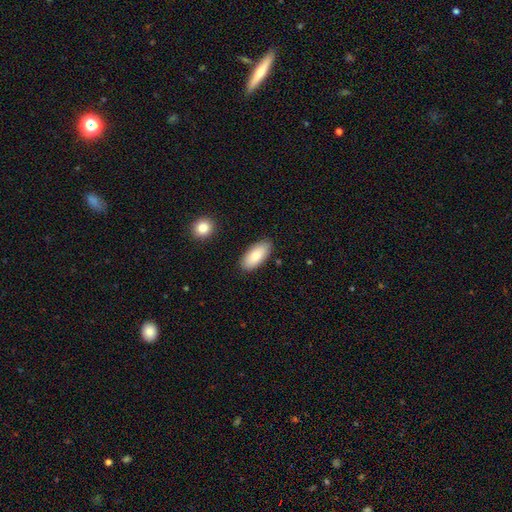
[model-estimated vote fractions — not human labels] The model was most divided on "smooth or featured": smooth: 84%, featured or disk: 10%, star or artifact: 6%. More confident: how rounded — in between (88%); merging — none (87%).